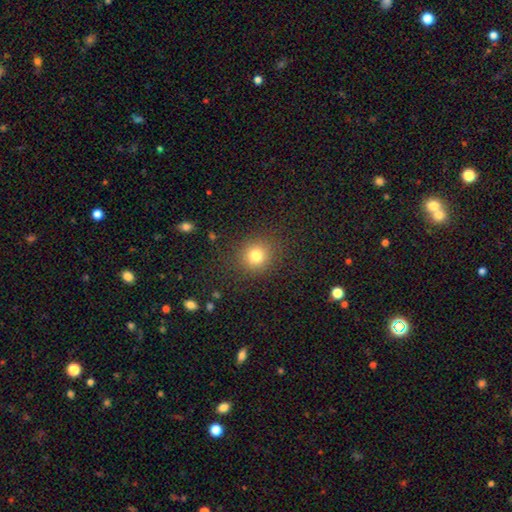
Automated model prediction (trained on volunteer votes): The model was most divided on "smooth or featured": smooth: 79%, star or artifact: 14%, featured or disk: 7%. More confident: merging — none (87%); how rounded — round (86%).